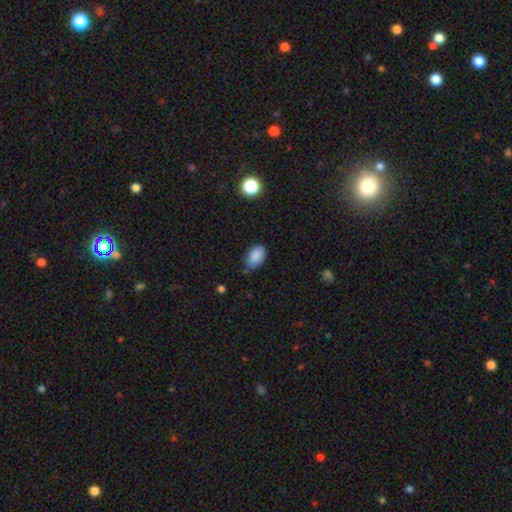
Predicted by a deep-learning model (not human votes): Overall: smooth (86%). How rounded: in between (90%). Merging: none (64%; minor disturbance 29%).